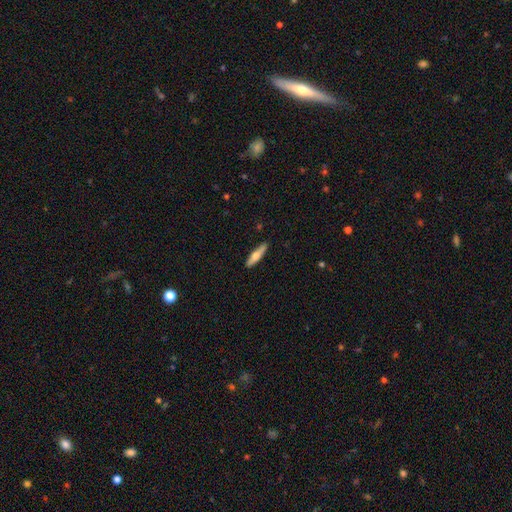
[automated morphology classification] smooth 52%, featured or disk 43%, star or artifact 5%. Down the decision tree: how rounded — cigar-shaped (80%); merging — none (90%).